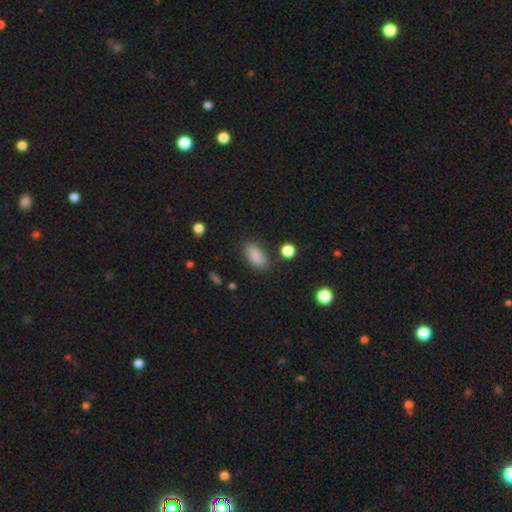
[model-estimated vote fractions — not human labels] This appears to be a smooth galaxy with no disk features (87%) that is in between round and cigar-shaped (86%). Merging: none (81%).